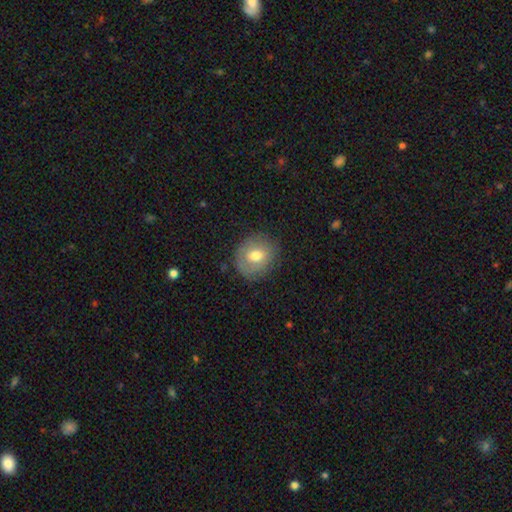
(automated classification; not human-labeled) smooth_or_featured: smooth (p=0.68) [alt: featured or disk p=0.23]
how_rounded: round (p=0.75) [alt: in between p=0.24]
merging: none (p=0.80) [alt: minor disturbance p=0.14]